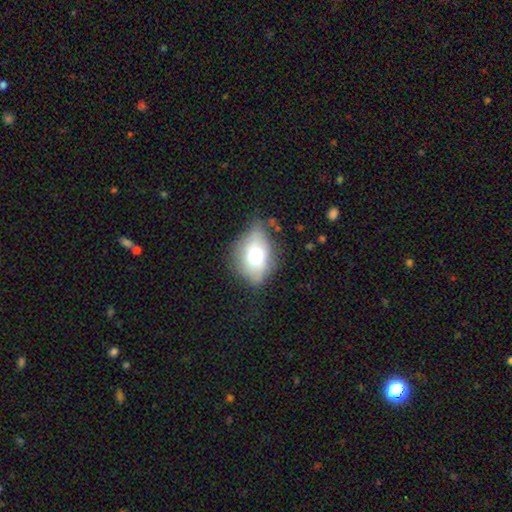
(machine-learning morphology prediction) Overall: smooth (64%; featured or disk 25%). How rounded: in between (67%; round 31%). Merging: none (60%; minor disturbance 27%).